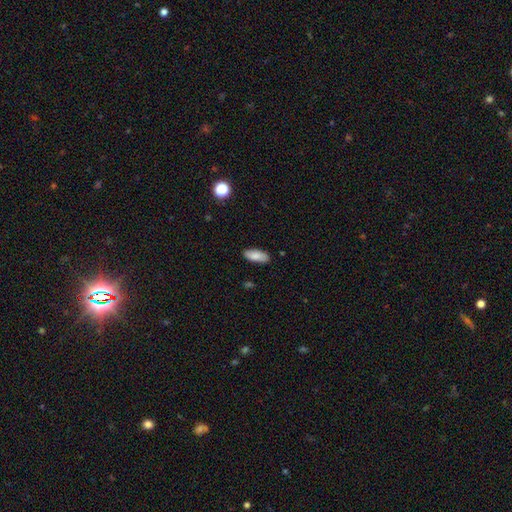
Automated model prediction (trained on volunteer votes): smooth-or-featured: smooth: 83% | featured or disk: 10% | star or artifact: 7%
  how-rounded: in between: 82% | cigar-shaped: 16% | round: 2%
  merging: none: 87% | minor disturbance: 10% | major disturbance: 2% | merger: 1%